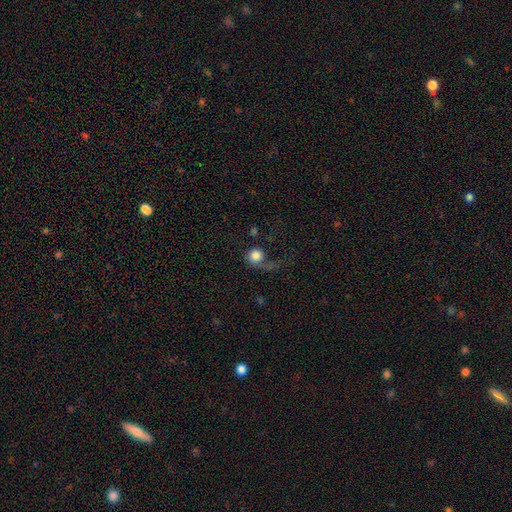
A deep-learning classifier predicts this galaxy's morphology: This is likely a smooth galaxy (76%). How rounded: clearly round (89%). Merging: marginally major disturbance (39%, tied with none).